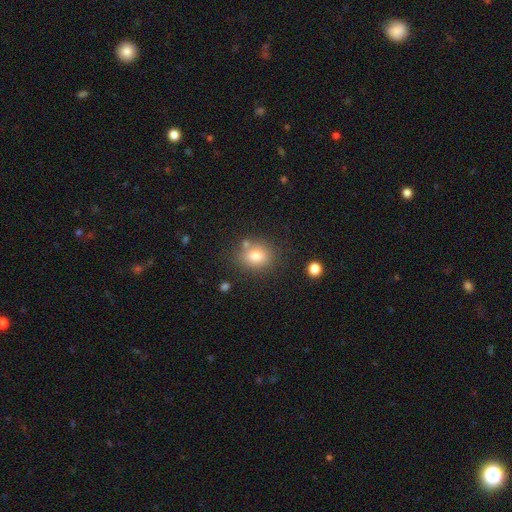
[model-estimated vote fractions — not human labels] smooth 79%, star or artifact 11%, featured or disk 10%. Down the decision tree: how rounded — round (55%); merging — none (72%).